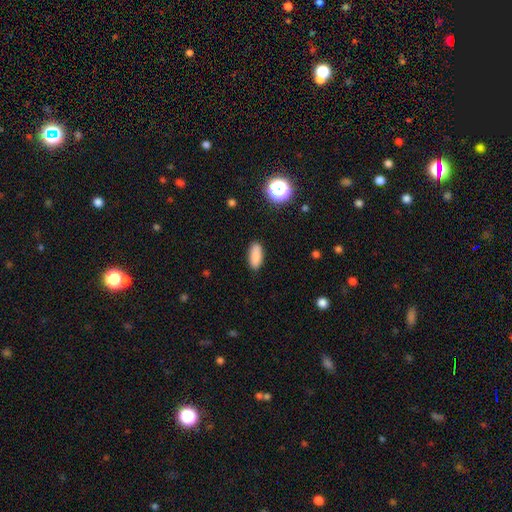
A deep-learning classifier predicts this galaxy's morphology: The model was most divided on "how rounded": in between: 80%, cigar-shaped: 17%, round: 3%. More confident: merging — none (88%); smooth or featured — smooth (87%).